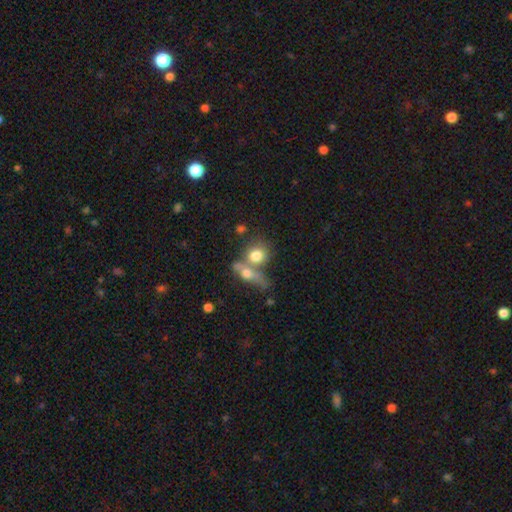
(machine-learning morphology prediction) Smooth or featured? smooth (74%)
How rounded? round (62%)
Merging? merger (53%)